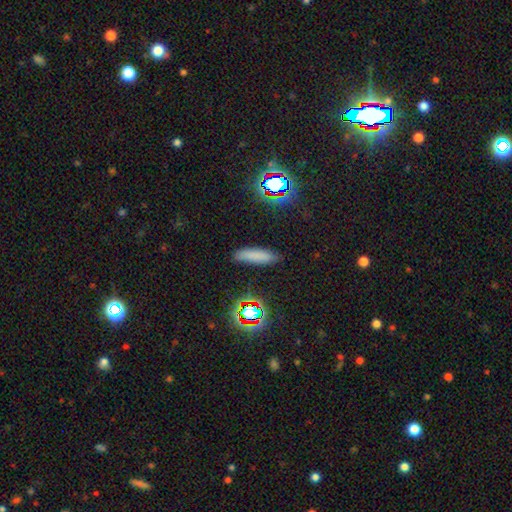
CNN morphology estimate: A smooth galaxy with no disk features (74%) that is cigar-shaped (73%). Merging: none (86%).